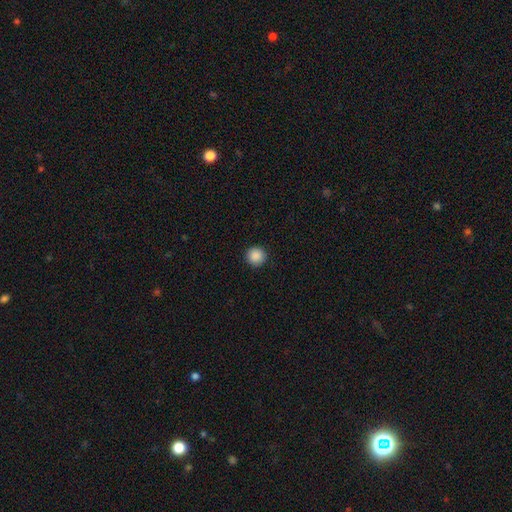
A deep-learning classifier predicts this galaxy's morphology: Smooth or featured?
  - smooth: 88% *
  - star or artifact: 9%
  - featured or disk: 3%
How rounded?
  - round: 95% *
  - in between: 4%
  - cigar-shaped: 1%
Merging?
  - none: 92% *
  - minor disturbance: 5%
  - major disturbance: 2%
  - merger: 1%